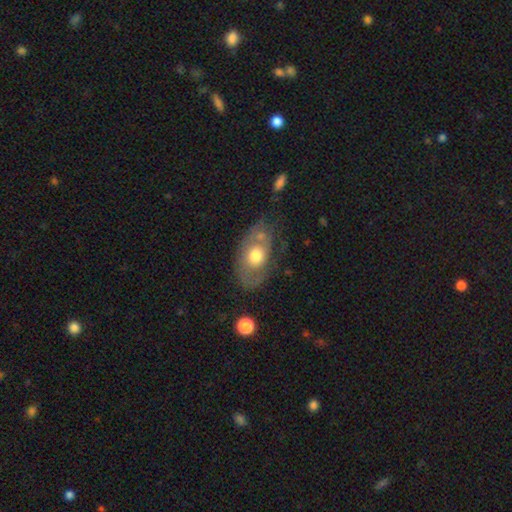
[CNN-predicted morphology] Q: Smooth or featured?
A: featured or disk (50%); runner-up: smooth (42%)
Q: Edge-on disk?
A: no (91%); runner-up: yes (9%)
Q: Merging?
A: none (58%); runner-up: minor disturbance (24%)